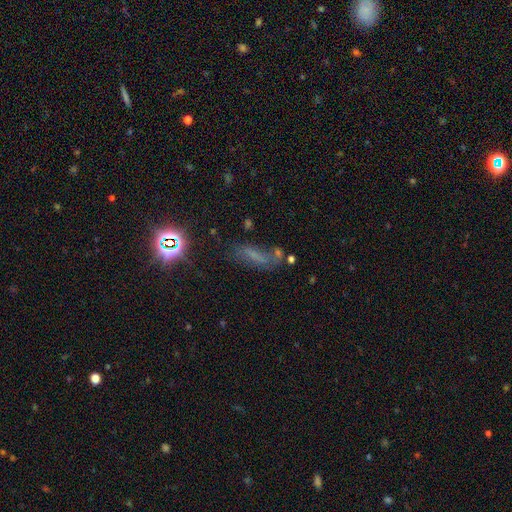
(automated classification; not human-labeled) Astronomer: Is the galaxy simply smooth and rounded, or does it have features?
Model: smooth — 39% (runner-up: star or artifact, 34%).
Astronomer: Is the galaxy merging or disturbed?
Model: none — 48%.